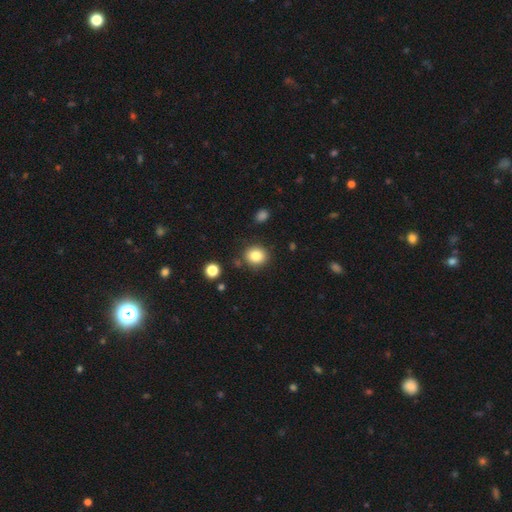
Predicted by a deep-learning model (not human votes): Smooth or featured? Predicted: smooth (p=0.84). How rounded? Predicted: round (p=0.78). Merging? Predicted: none (p=0.84).